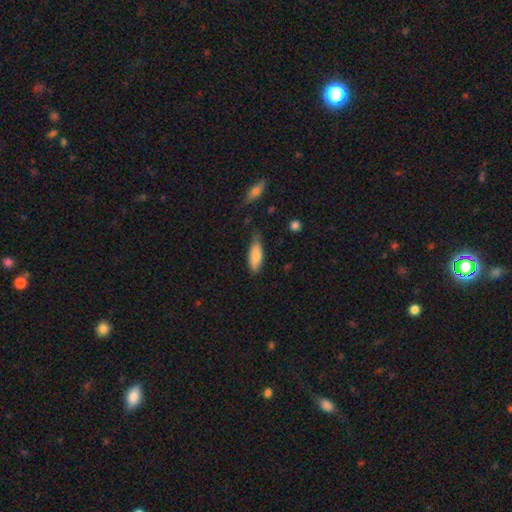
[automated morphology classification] Overall: smooth (85%). How rounded: in between (67%; cigar-shaped 31%). Merging: none (66%; minor disturbance 27%).